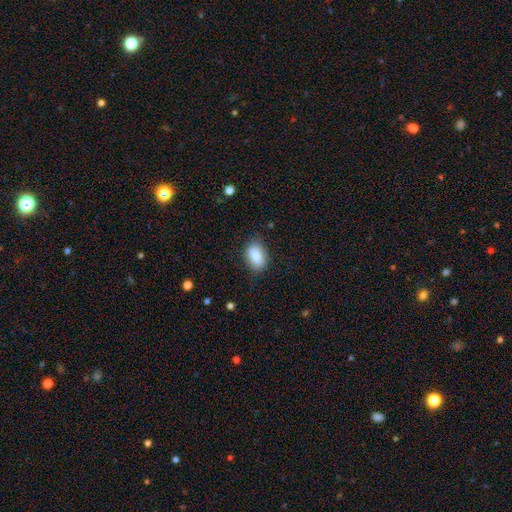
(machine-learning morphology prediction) This appears to be a smooth galaxy with no disk features (86%) that is in between round and cigar-shaped (89%). Merging: none (80%).